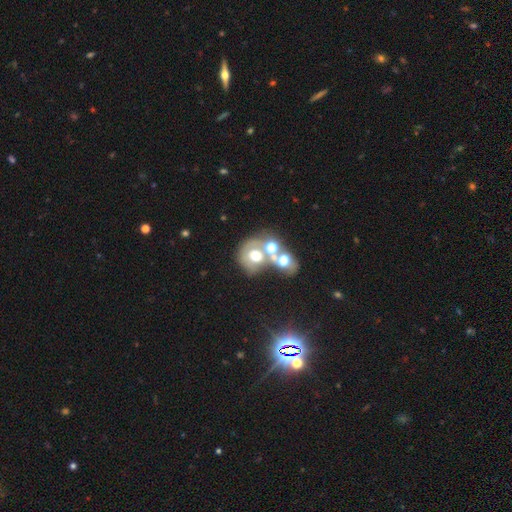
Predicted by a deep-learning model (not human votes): Smooth or featured? smooth (45%)
Merging? merger (49%)